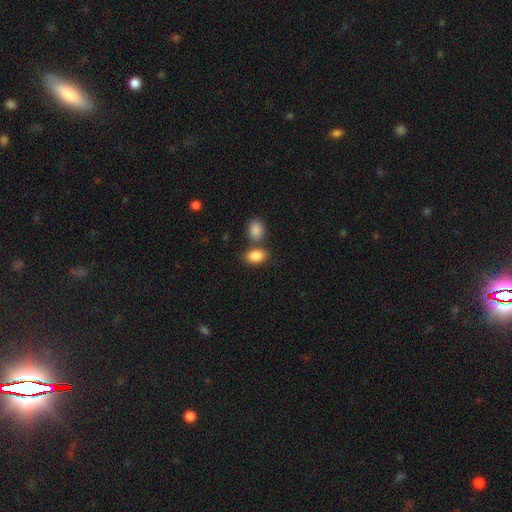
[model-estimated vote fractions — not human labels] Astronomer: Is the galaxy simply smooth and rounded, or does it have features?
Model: smooth — 87%.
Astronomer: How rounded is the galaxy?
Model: in between — 84%.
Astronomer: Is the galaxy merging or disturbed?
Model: none — 55%.